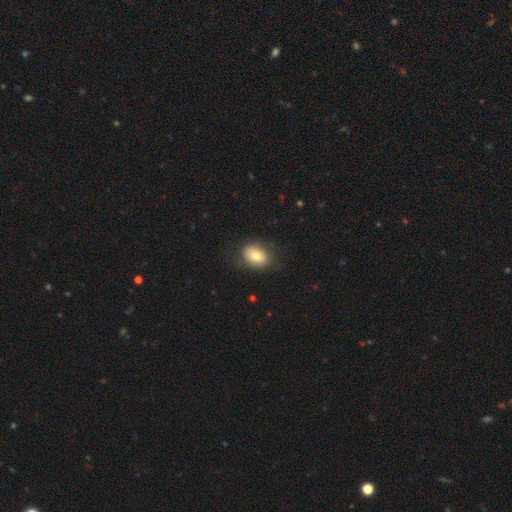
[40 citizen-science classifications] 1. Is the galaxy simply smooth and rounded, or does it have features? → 75% smooth, 20% featured or disk, 5% star or artifact.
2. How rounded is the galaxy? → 63% in between, 37% round, 0% cigar-shaped.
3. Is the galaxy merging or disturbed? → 76% none, 16% minor disturbance, 5% merger, 3% major disturbance.